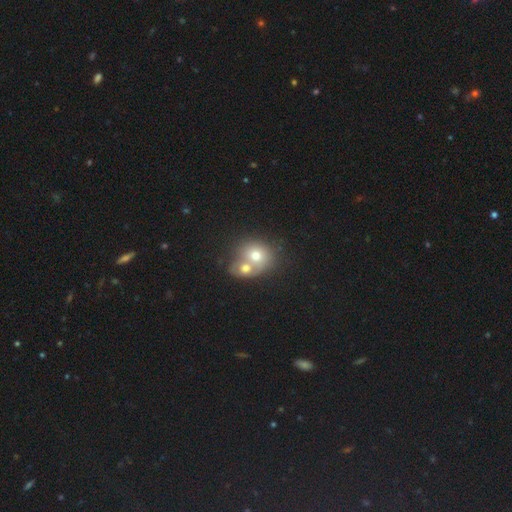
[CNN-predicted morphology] This is likely a smooth galaxy (66%). How rounded: likely round (69%). Merging: likely merger (67%).